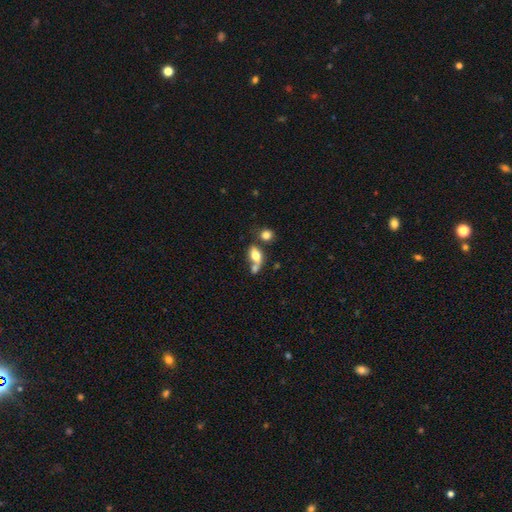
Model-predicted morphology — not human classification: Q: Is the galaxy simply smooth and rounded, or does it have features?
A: smooth — 71%.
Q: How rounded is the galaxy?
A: in between — 80%.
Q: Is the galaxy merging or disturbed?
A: merger — 48%.